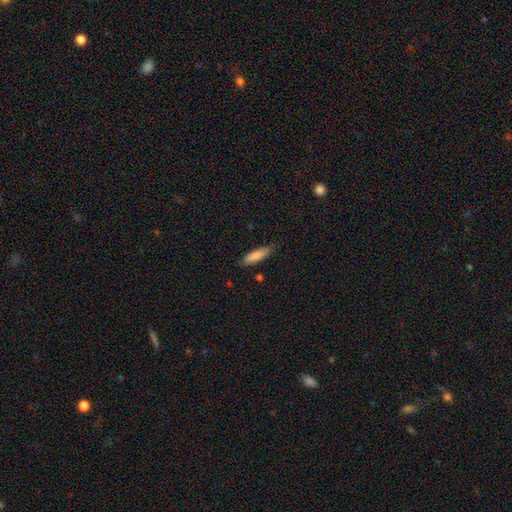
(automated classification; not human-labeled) Smooth or featured? smooth (85%)
How rounded? cigar-shaped (63%)
Merging? none (84%)